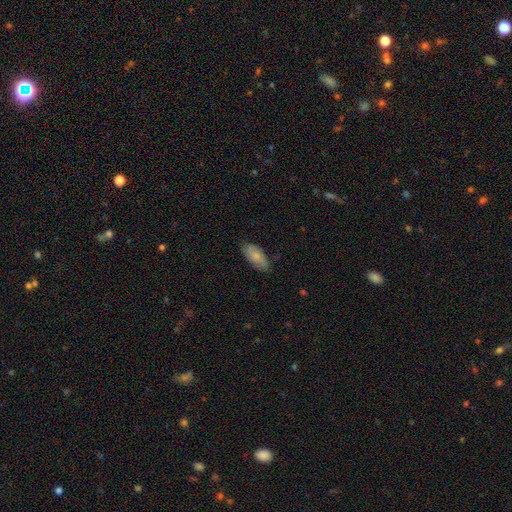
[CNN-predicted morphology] Overall: smooth (76%). How rounded: in between (89%). Merging: none (76%).